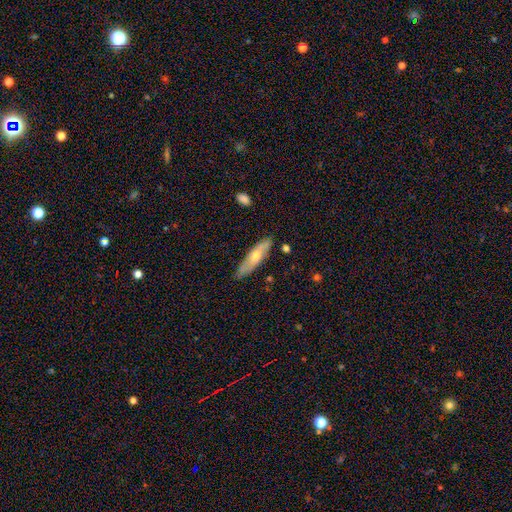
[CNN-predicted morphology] Smooth or featured?
  - smooth: 49% *
  - featured or disk: 46%
  - star or artifact: 6%
Merging?
  - none: 80% *
  - minor disturbance: 16%
  - major disturbance: 3%
  - merger: 2%